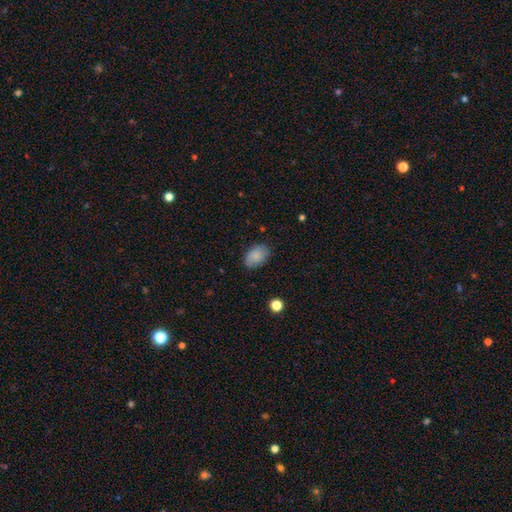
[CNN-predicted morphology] This appears to be a smooth galaxy with no disk features (83%) that is in between round and cigar-shaped (87%). Merging: none (81%).